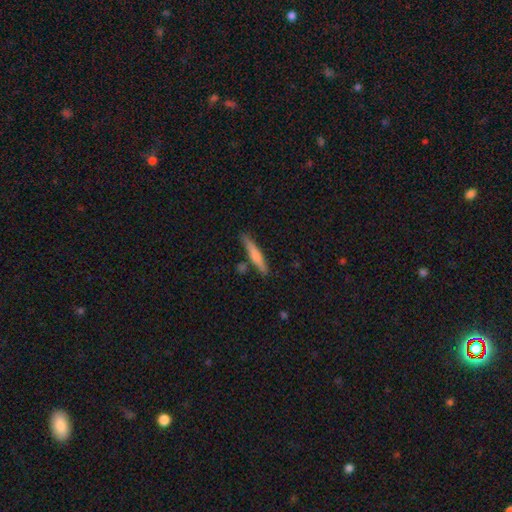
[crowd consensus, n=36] A smooth galaxy with no disk features (78%) that is cigar-shaped (96%).

Vote fractions:
- Smooth or featured? smooth: 78% / featured or disk: 19% / star or artifact: 3%
- How rounded? cigar-shaped: 96% / in between: 4% / round: 0%
- Merging? none: 57% / merger: 23% / minor disturbance: 17% / major disturbance: 3%